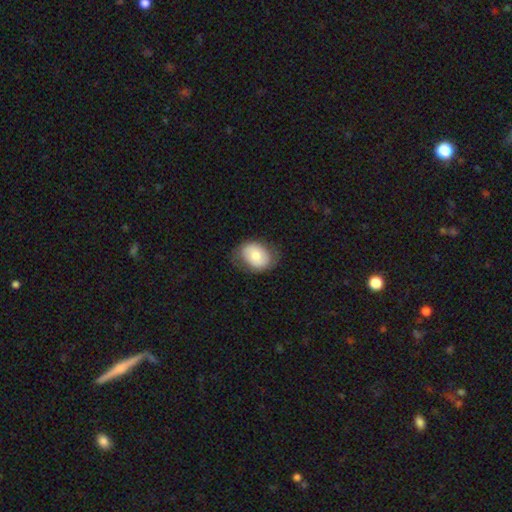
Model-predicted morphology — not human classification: Smooth or featured? smooth (67%)
How rounded? in between (67%)
Merging? none (71%)